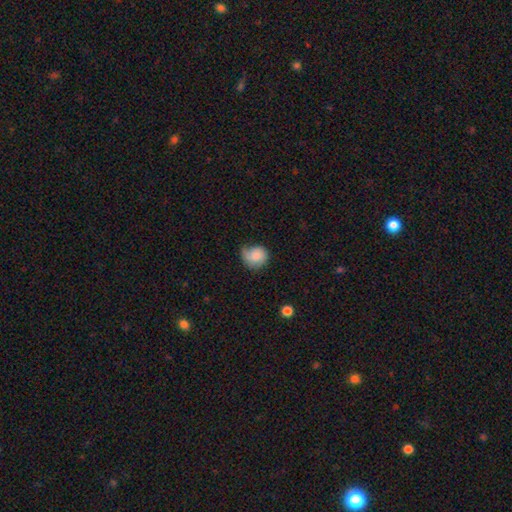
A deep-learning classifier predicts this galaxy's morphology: smooth_or_featured: smooth (p=0.68) [alt: featured or disk p=0.25]
how_rounded: round (p=0.77) [alt: in between p=0.22]
merging: none (p=0.42) [alt: minor disturbance p=0.37]